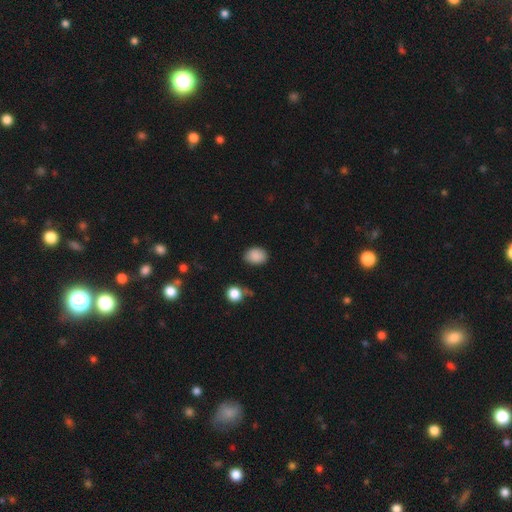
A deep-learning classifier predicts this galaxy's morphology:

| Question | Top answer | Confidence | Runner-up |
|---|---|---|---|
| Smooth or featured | smooth | 87% | star or artifact (9%) |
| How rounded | in between | 67% | round (31%) |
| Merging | none | 77% | minor disturbance (17%) |